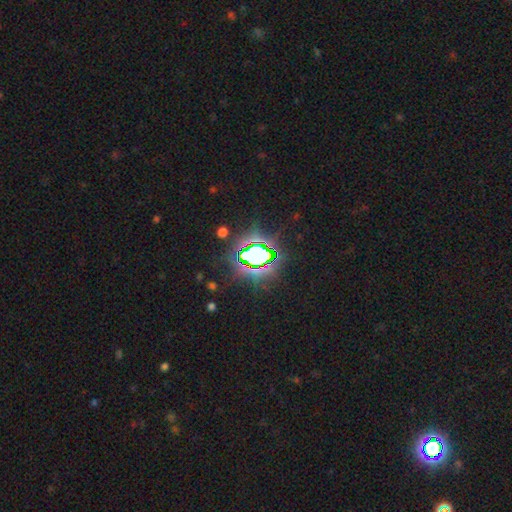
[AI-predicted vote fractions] The model was most divided on "smooth or featured": star or artifact: 75%, smooth: 15%, featured or disk: 10%.